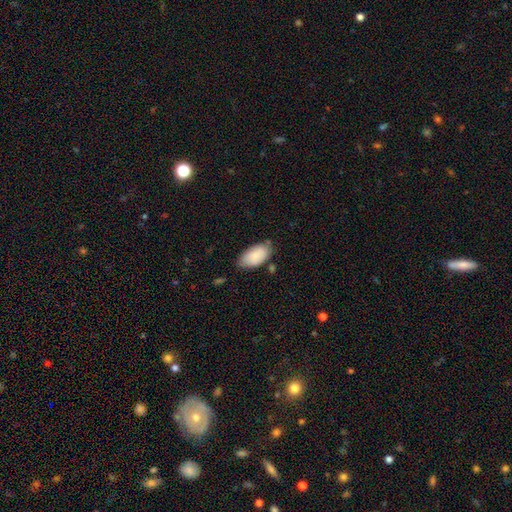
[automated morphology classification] This is clearly a smooth galaxy (83%). How rounded: clearly in between (95%). Merging: likely none (69%).